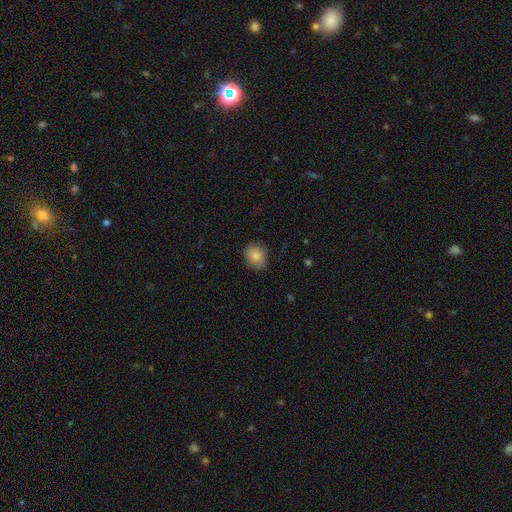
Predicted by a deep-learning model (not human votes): Morphology: type=smooth (86%); roundness=round (63%); merging=none (81%).